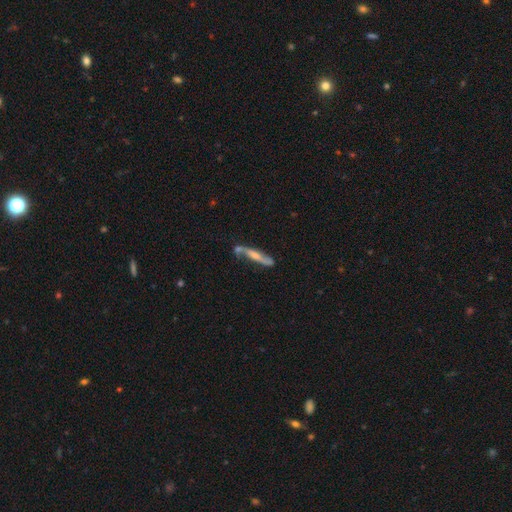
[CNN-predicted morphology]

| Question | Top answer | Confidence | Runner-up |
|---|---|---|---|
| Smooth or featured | featured or disk | 59% | smooth (35%) |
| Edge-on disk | yes | 55% | no (45%) |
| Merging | none | 53% | minor disturbance (23%) |